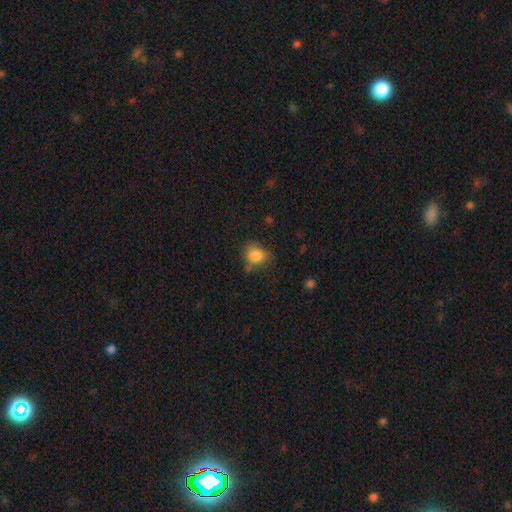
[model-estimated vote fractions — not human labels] Smooth or featured: smooth — 84% (star or artifact — 9%)
How rounded: round — 62% (in between — 38%)
Merging: none — 59% (minor disturbance — 26%)